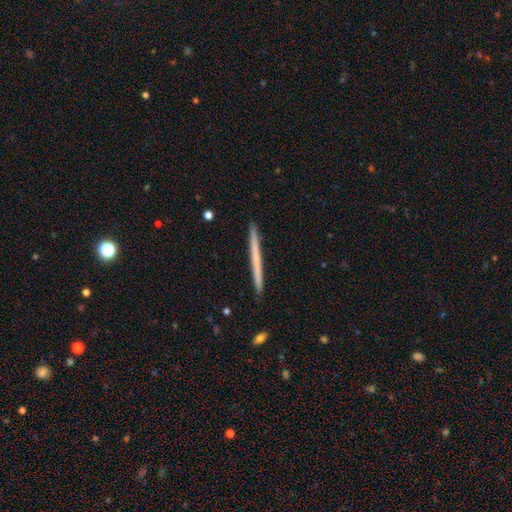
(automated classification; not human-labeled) This appears to be a smooth galaxy with no disk features (52%) that is cigar-shaped (97%). Merging: none (93%).